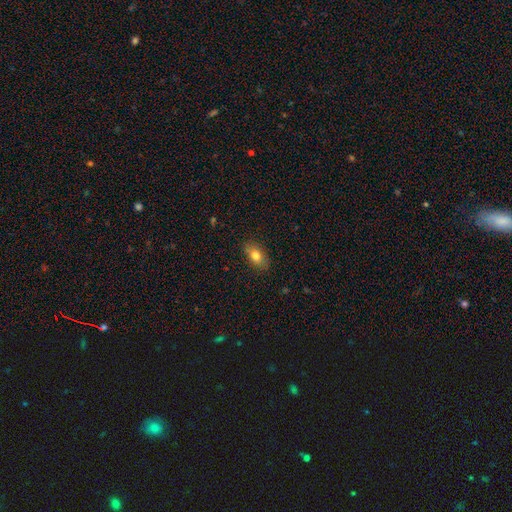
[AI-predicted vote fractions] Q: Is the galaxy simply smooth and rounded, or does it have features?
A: smooth — 78%.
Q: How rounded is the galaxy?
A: in between — 84%.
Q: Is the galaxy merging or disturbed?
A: none — 84%.